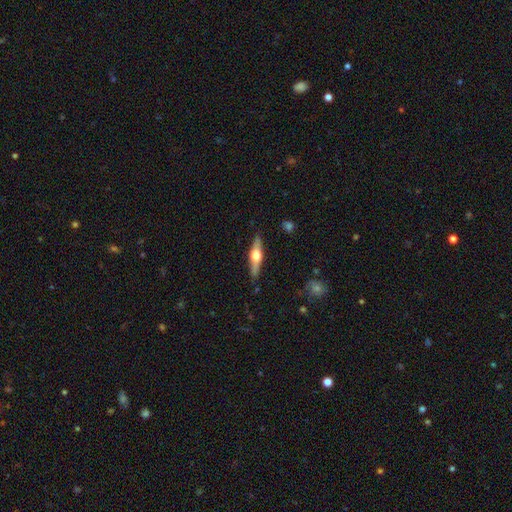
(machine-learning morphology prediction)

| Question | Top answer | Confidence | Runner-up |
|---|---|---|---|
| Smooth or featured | featured or disk | 68% | smooth (27%) |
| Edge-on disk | yes | 96% | no (4%) |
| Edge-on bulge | rounded | 94% | boxy (4%) |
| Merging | none | 88% | minor disturbance (9%) |